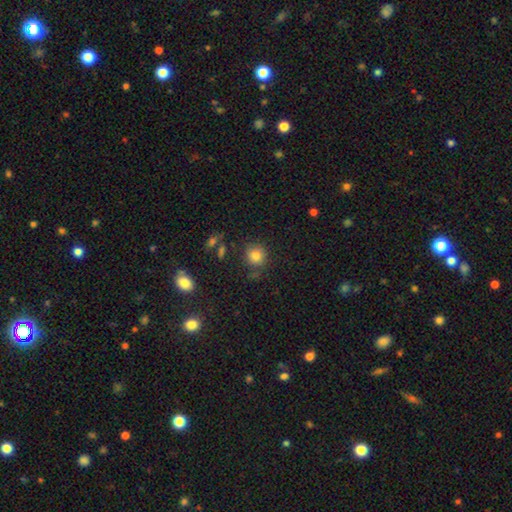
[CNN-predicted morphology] Smooth or featured? smooth (80%)
How rounded? round (89%)
Merging? none (78%)